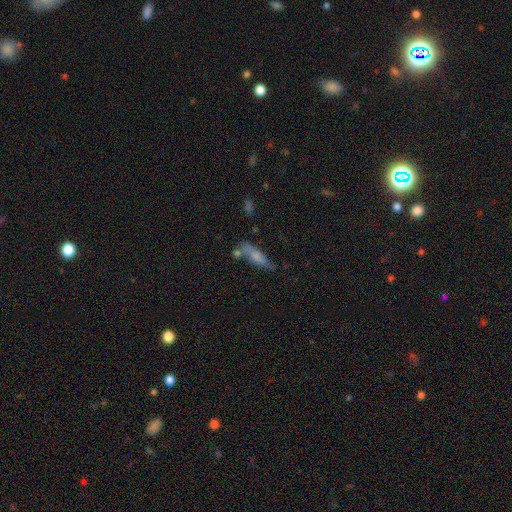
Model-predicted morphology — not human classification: Overall: smooth (67%). How rounded: cigar-shaped (60%; in between 37%). Merging: none (53%; minor disturbance 23%).